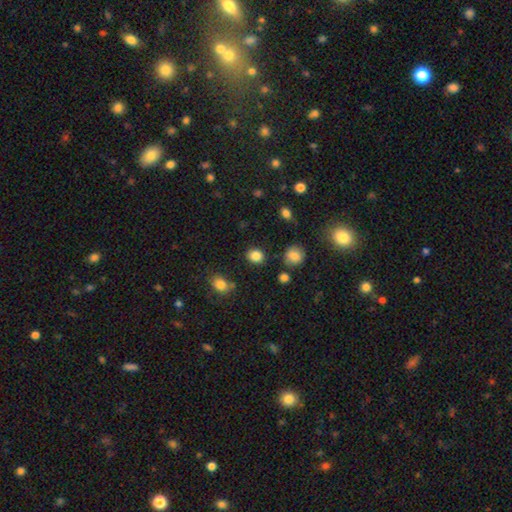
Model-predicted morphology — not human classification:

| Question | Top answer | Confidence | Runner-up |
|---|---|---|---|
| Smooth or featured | smooth | 84% | star or artifact (11%) |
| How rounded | round | 72% | in between (27%) |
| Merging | none | 86% | minor disturbance (8%) |